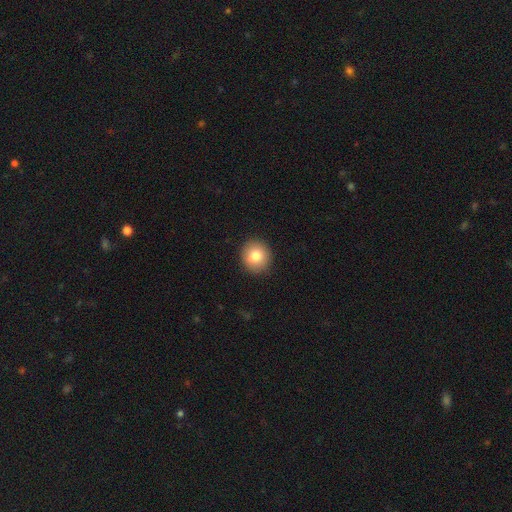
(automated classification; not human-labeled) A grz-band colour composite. It shows a smooth galaxy with no disk features (81%) that is round (89%). Merging: none (91%).